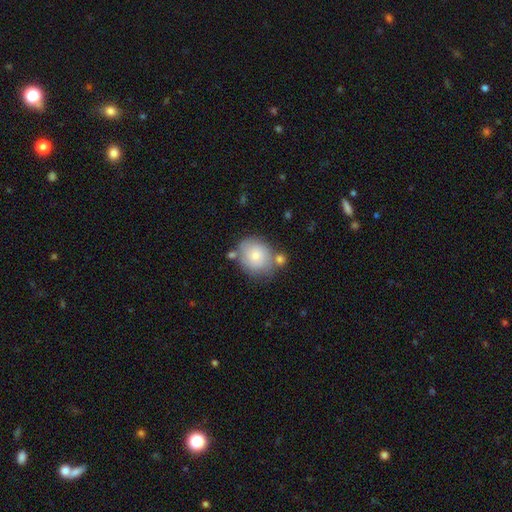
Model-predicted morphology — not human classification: Overall: smooth (67%). How rounded: round (74%). Merging: none (61%).